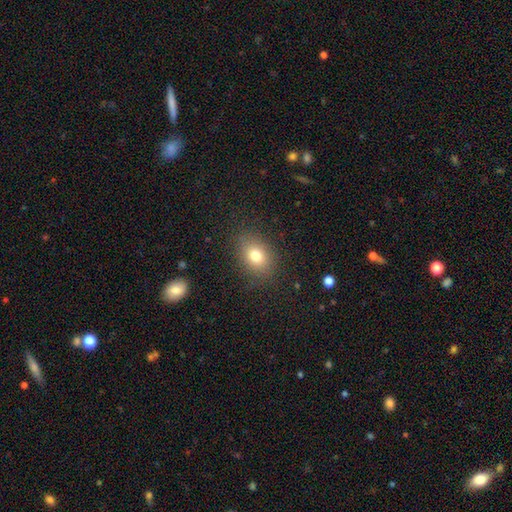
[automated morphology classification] Q: Smooth or featured?
A: smooth (78%); runner-up: star or artifact (12%)
Q: How rounded?
A: in between (66%); runner-up: round (33%)
Q: Merging?
A: none (85%); runner-up: minor disturbance (10%)